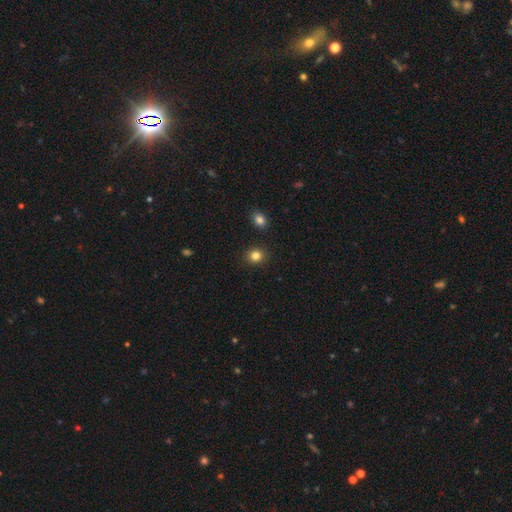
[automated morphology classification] type=smooth (84%); roundness=round (79%); merging=none (90%).